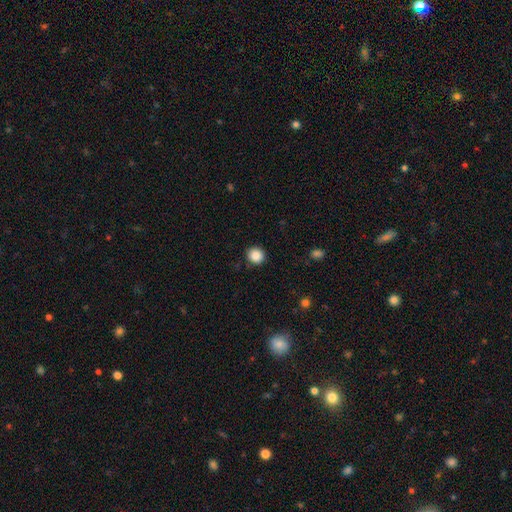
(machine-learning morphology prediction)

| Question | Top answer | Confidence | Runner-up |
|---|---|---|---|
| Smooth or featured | smooth | 87% | star or artifact (10%) |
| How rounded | round | 90% | in between (9%) |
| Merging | none | 90% | minor disturbance (7%) |